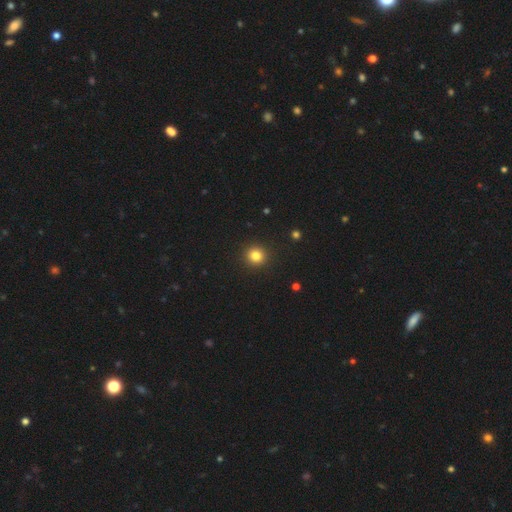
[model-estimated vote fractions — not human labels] smooth 82%, star or artifact 13%, featured or disk 5%. Down the decision tree: how rounded — round (92%); merging — none (93%).